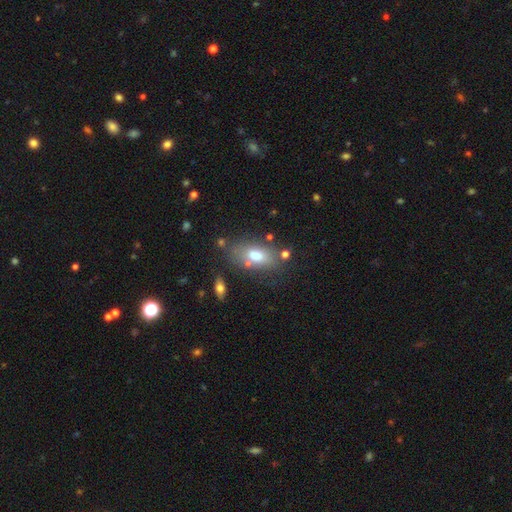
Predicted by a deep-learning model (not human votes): Overall: smooth (72%). How rounded: in between (87%). Merging: none (70%).